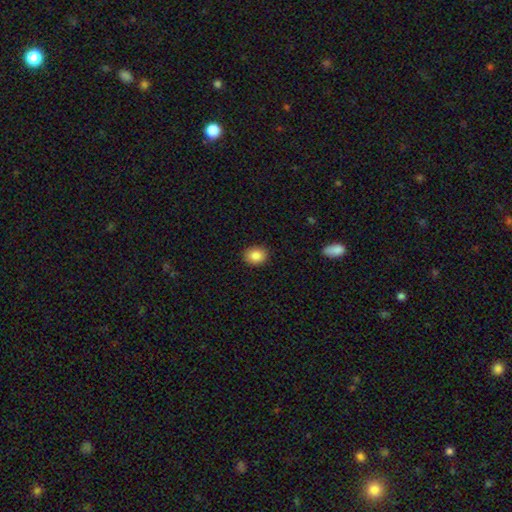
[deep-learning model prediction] Smooth or featured?
  - smooth: 86% *
  - star or artifact: 9%
  - featured or disk: 5%
How rounded?
  - round: 52% *
  - in between: 47%
  - cigar-shaped: 1%
Merging?
  - none: 89% *
  - minor disturbance: 8%
  - major disturbance: 2%
  - merger: 1%